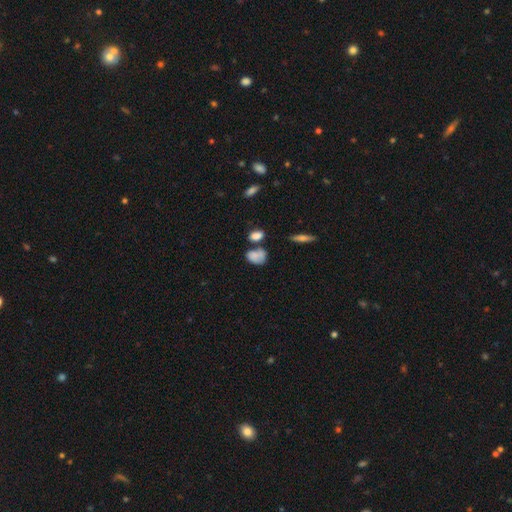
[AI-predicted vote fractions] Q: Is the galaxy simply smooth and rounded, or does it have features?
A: smooth — 77%.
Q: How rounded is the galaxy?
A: in between — 75%.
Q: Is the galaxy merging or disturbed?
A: none — 39%.